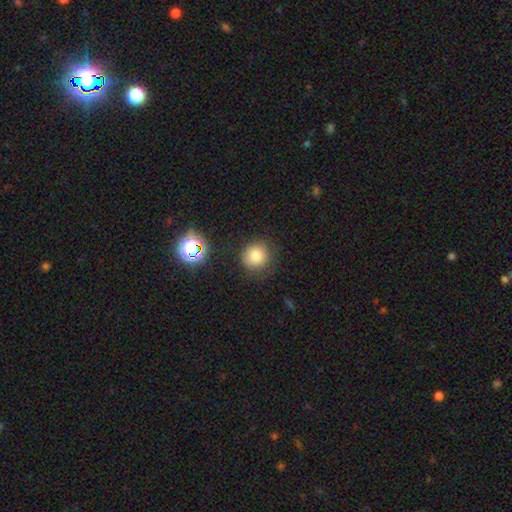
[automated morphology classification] smooth 79%, star or artifact 14%, featured or disk 7%. Down the decision tree: how rounded — round (89%); merging — none (83%).